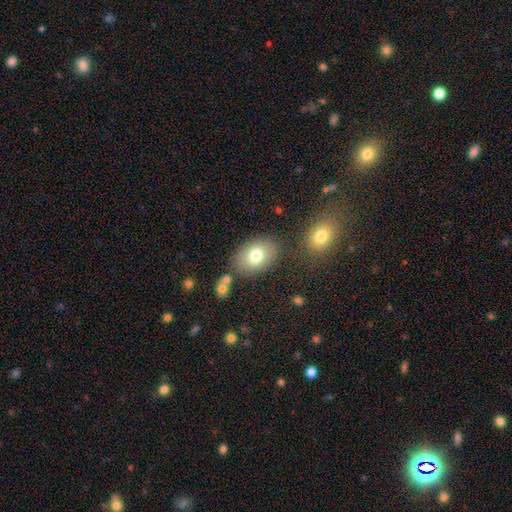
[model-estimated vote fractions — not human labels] This appears to be a smooth galaxy with no disk features (75%) that is in between round and cigar-shaped (83%). Merging: none (76%).